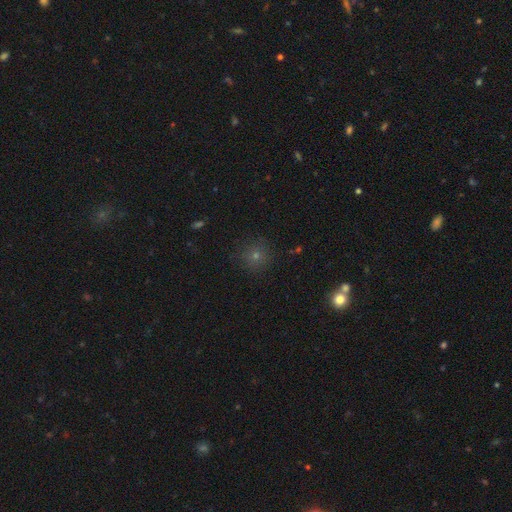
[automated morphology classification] Overall: smooth (60%; star or artifact 30%). How rounded: round (94%). Merging: none (87%).